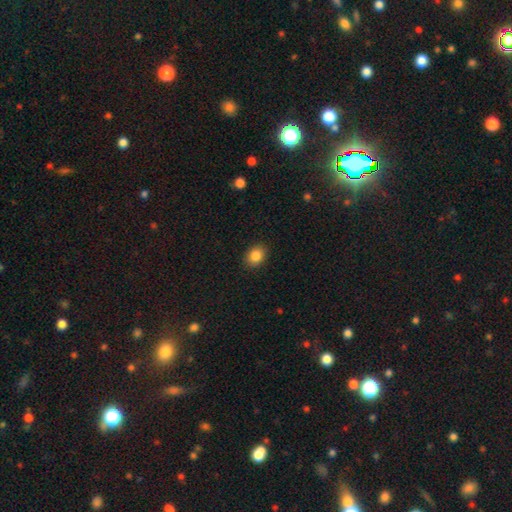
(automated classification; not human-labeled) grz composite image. It shows a smooth galaxy with no disk features (86%) that is in between round and cigar-shaped (56%). Merging: none (88%).